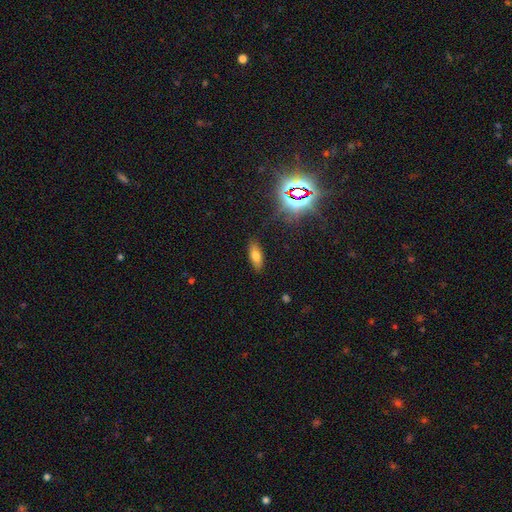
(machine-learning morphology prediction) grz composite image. It shows a smooth galaxy with no disk features (71%) that is in between round and cigar-shaped (70%). Merging: none (86%).